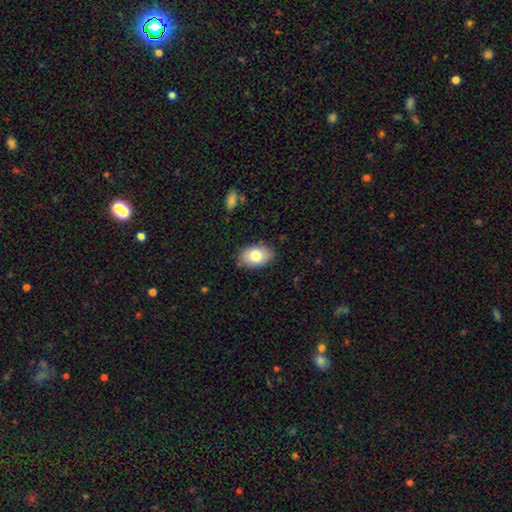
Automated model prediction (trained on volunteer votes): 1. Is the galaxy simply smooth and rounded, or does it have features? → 79% smooth, 14% featured or disk, 7% star or artifact.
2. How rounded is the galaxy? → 89% in between, 10% round, 1% cigar-shaped.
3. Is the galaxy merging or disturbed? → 85% none, 11% minor disturbance, 2% major disturbance, 1% merger.